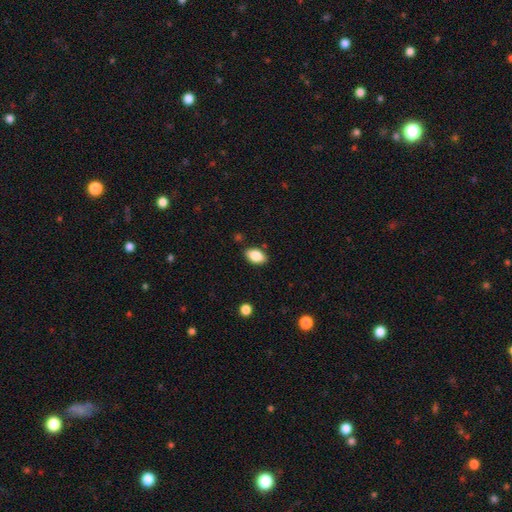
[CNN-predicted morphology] Smooth or featured: smooth — 85% (star or artifact — 8%)
How rounded: in between — 91% (round — 7%)
Merging: none — 85% (minor disturbance — 11%)